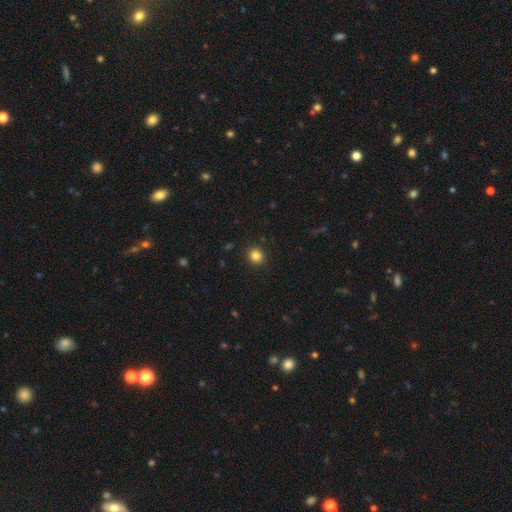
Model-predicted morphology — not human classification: smooth-or-featured: smooth: 83% | star or artifact: 12% | featured or disk: 5%
  how-rounded: round: 85% | in between: 14% | cigar-shaped: 1%
  merging: none: 91% | minor disturbance: 6% | major disturbance: 2% | merger: 1%